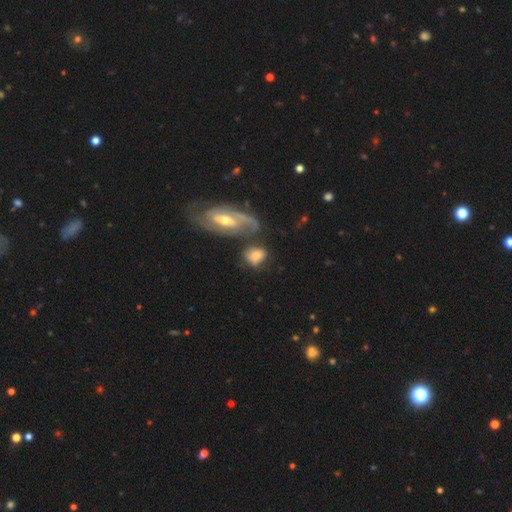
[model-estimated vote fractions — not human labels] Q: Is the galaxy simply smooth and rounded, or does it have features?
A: smooth — 59%.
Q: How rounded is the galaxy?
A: in between — 60%.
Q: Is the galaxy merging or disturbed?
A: none — 44%.